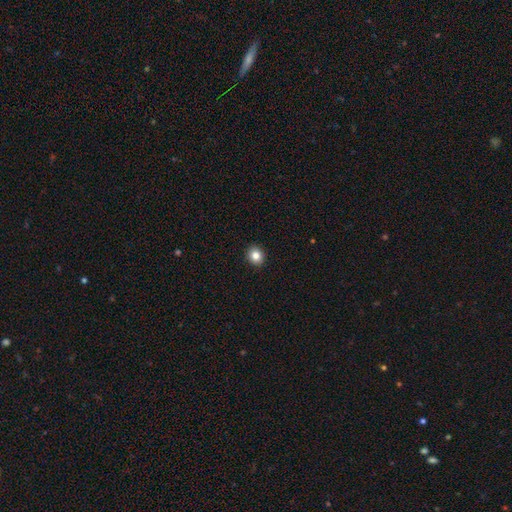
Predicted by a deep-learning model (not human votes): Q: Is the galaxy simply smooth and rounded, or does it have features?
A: smooth — 83%.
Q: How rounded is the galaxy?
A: round — 73%.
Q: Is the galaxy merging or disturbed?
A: none — 92%.